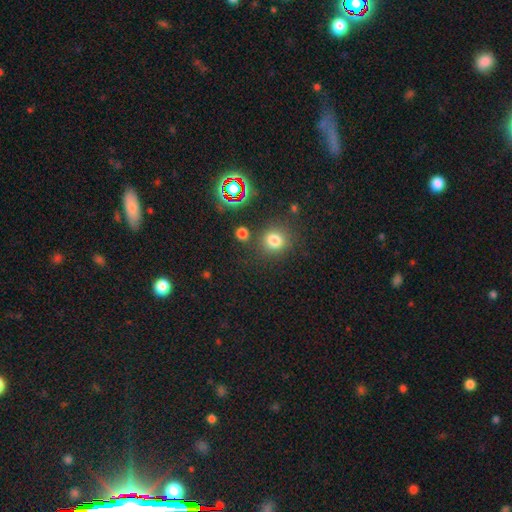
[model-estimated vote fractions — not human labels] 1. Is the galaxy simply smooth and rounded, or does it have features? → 54% smooth, 38% star or artifact, 7% featured or disk.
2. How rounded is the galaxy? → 89% round, 9% in between, 2% cigar-shaped.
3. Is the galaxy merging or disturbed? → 84% none, 8% minor disturbance, 5% merger, 3% major disturbance.